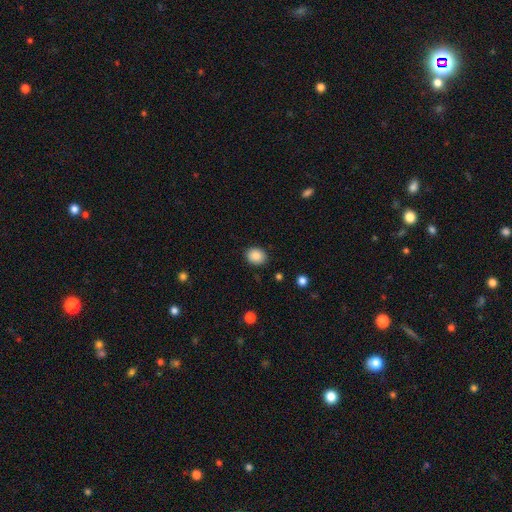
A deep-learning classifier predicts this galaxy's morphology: A smooth galaxy with no disk features (88%) that is round (52%).

Vote fractions:
- Smooth or featured? smooth: 88% / star or artifact: 9% / featured or disk: 4%
- How rounded? round: 52% / in between: 47% / cigar-shaped: 1%
- Merging? none: 88% / minor disturbance: 9% / major disturbance: 2% / merger: 1%